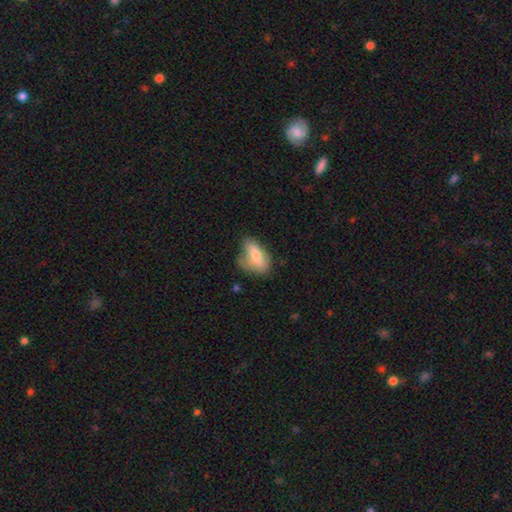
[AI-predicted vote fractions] Smooth or featured? smooth (66%)
How rounded? in between (81%)
Merging? none (47%)